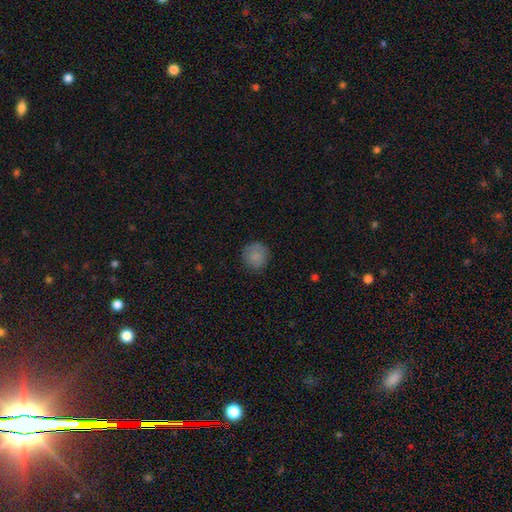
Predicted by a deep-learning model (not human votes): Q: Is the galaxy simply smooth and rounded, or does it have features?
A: smooth — 83%.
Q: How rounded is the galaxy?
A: round — 90%.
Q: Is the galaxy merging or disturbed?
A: none — 82%.